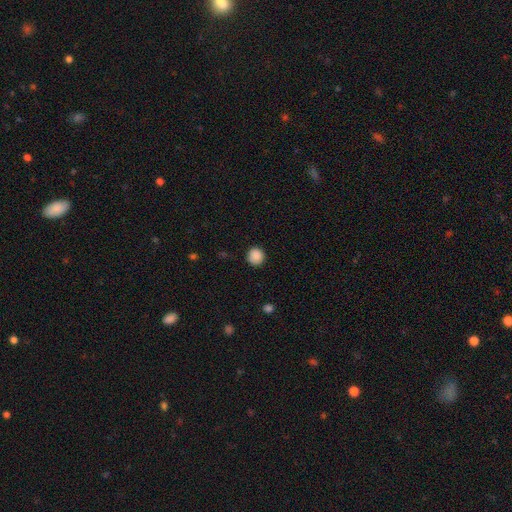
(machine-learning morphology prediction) Overall: smooth (88%). How rounded: round (91%). Merging: none (89%).